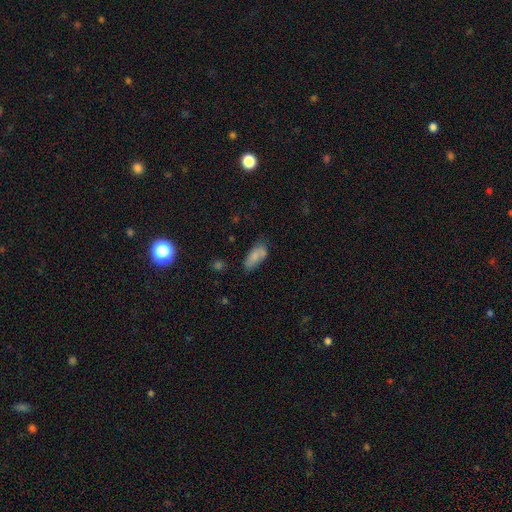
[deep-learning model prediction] Smooth or featured: smooth — 79% (featured or disk — 13%)
How rounded: in between — 87% (cigar-shaped — 10%)
Merging: none — 58% (minor disturbance — 28%)